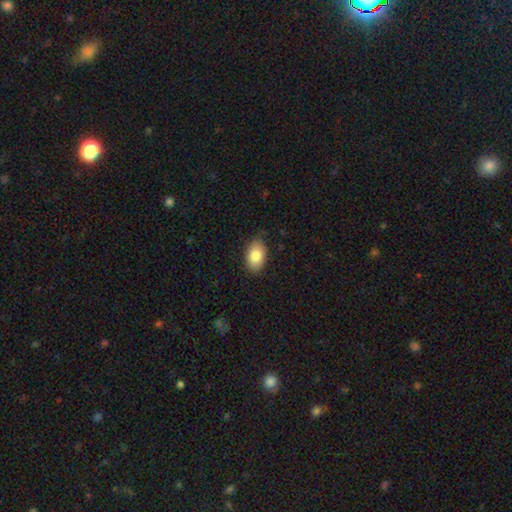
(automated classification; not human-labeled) smooth_or_featured: smooth (p=0.84) [alt: featured or disk p=0.09]
how_rounded: in between (p=0.91) [alt: round p=0.07]
merging: none (p=0.84) [alt: minor disturbance p=0.13]